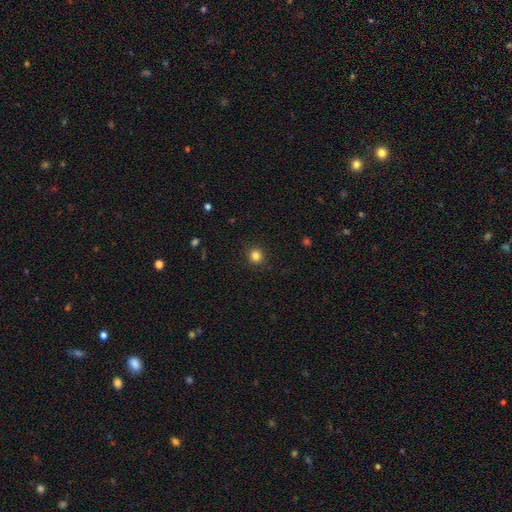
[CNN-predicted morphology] Overall: smooth (83%). How rounded: round (92%). Merging: none (92%).